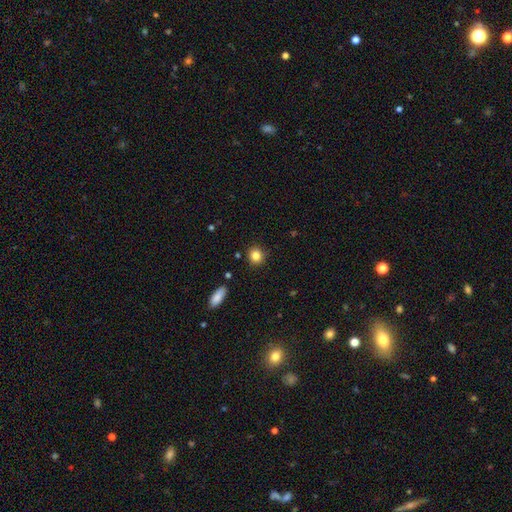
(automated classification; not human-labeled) smooth 84%, star or artifact 10%, featured or disk 6%. Down the decision tree: how rounded — round (86%); merging — none (88%).